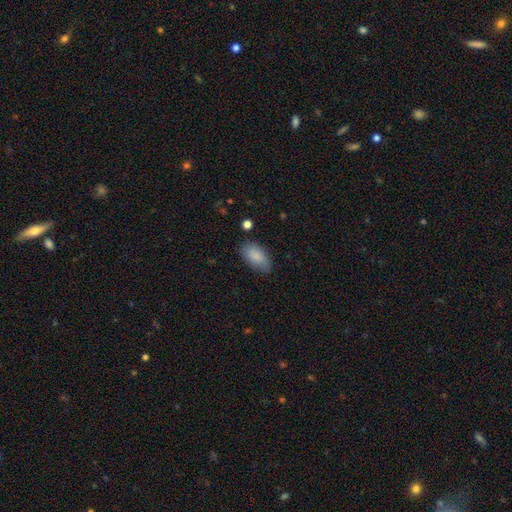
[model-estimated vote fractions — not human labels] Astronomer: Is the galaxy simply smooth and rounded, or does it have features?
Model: smooth — 87%.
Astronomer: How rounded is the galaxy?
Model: in between — 93%.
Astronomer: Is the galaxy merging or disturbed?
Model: none — 77%.